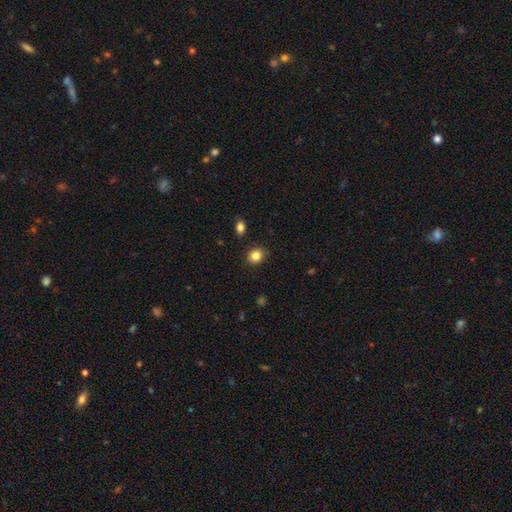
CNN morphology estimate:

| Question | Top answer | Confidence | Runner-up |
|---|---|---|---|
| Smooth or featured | smooth | 84% | star or artifact (10%) |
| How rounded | round | 72% | in between (27%) |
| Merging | none | 88% | minor disturbance (8%) |